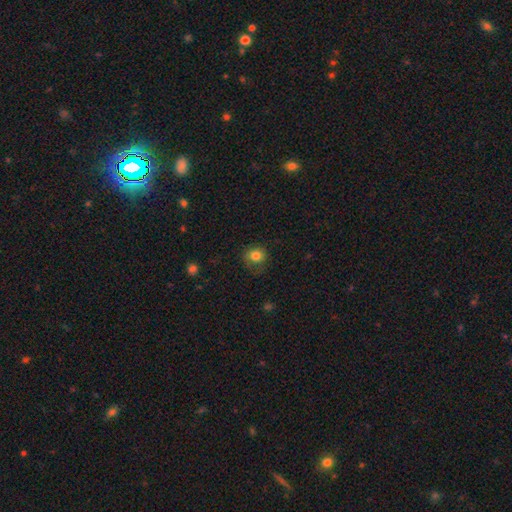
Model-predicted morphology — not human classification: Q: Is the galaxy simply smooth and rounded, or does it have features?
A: smooth — 80%.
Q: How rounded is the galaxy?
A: round — 81%.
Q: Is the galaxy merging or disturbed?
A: none — 68%.